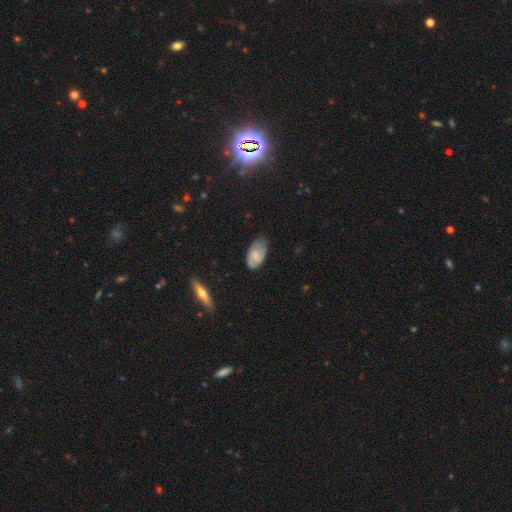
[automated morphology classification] Smooth or featured? smooth (59%)
How rounded? in between (93%)
Merging? none (65%)